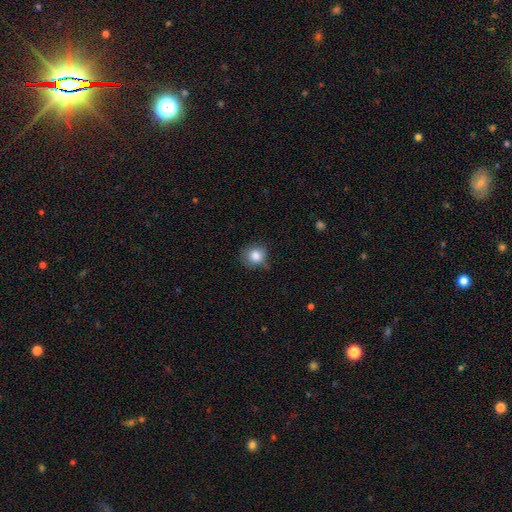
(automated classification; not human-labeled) Q: Smooth or featured?
A: smooth (84%); runner-up: star or artifact (10%)
Q: How rounded?
A: round (83%); runner-up: in between (17%)
Q: Merging?
A: none (68%); runner-up: minor disturbance (25%)